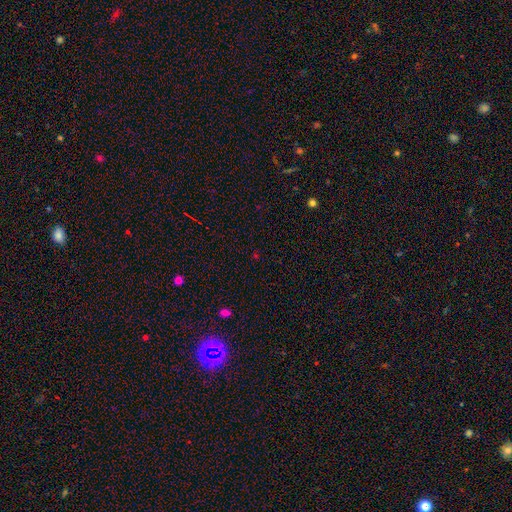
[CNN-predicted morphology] Smooth or featured: star or artifact — 59% (smooth — 34%)